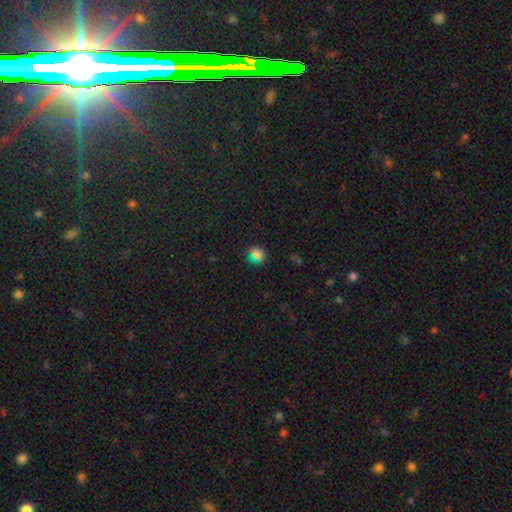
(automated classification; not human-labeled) A smooth galaxy with no disk features (73%) that is round (69%).

Vote fractions:
- Smooth or featured? smooth: 73% / star or artifact: 20% / featured or disk: 7%
- How rounded? round: 69% / in between: 29% / cigar-shaped: 2%
- Merging? none: 84% / minor disturbance: 10% / merger: 3% / major disturbance: 3%